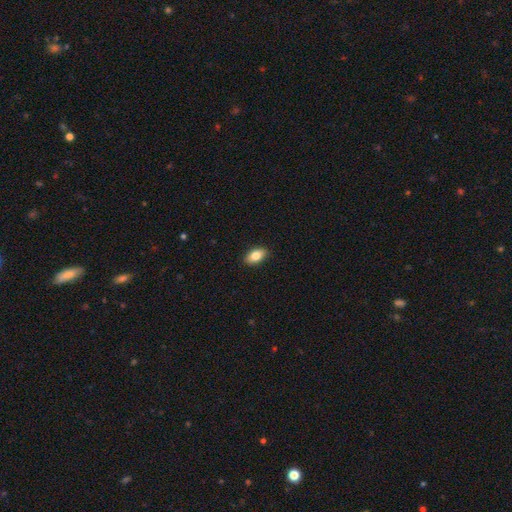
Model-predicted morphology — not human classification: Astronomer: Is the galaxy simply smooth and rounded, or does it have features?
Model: smooth — 82%.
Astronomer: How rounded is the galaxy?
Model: in between — 90%.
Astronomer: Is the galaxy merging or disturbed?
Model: none — 90%.